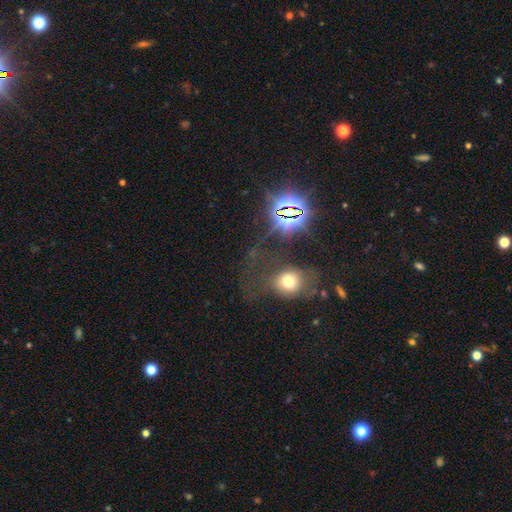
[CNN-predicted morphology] This is marginally a star or artifact rather than a galaxy (42%).